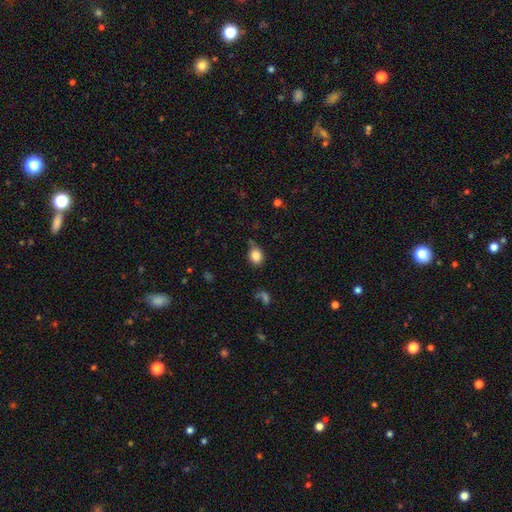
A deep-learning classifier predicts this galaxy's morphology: Smooth or featured? Predicted: smooth (p=0.85). How rounded? Predicted: round (p=0.61). Merging? Predicted: none (p=0.73).